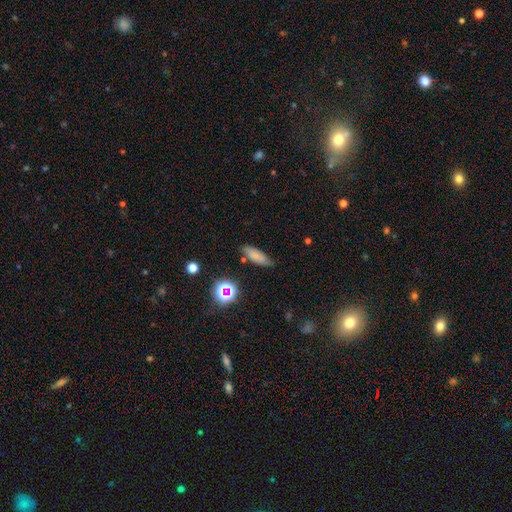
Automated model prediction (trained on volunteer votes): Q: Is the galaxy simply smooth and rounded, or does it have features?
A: smooth — 73%.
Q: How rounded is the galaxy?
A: in between — 58%.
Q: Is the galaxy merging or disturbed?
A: none — 75%.